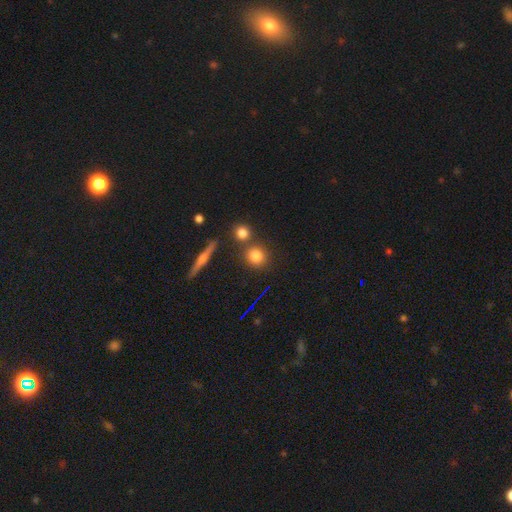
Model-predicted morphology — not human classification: Smooth or featured? smooth (77%)
How rounded? round (83%)
Merging? none (73%)